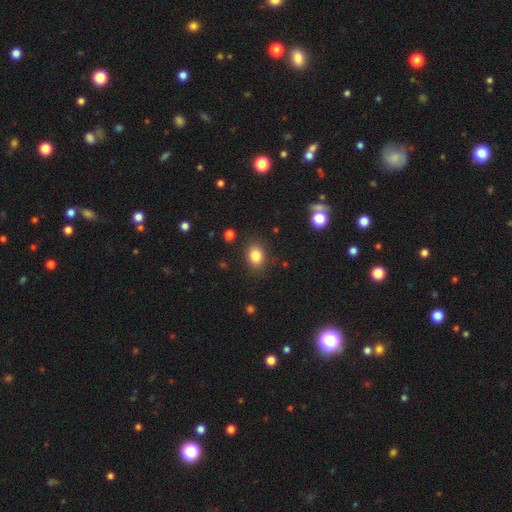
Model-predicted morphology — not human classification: Smooth or featured? Predicted: smooth (p=0.83). How rounded? Predicted: in between (p=0.60). Merging? Predicted: none (p=0.85).